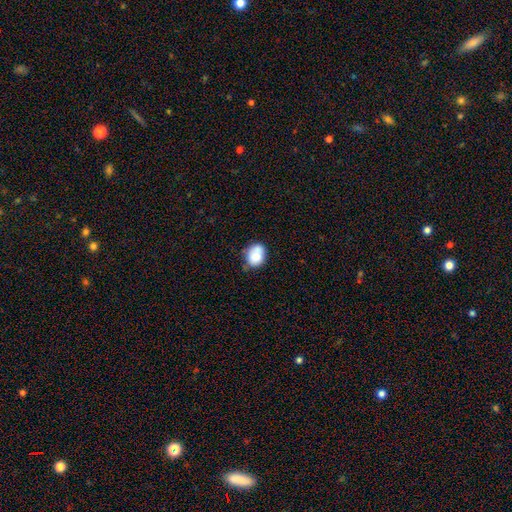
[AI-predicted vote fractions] Smooth or featured? smooth (77%)
How rounded? in between (52%)
Merging? none (49%)